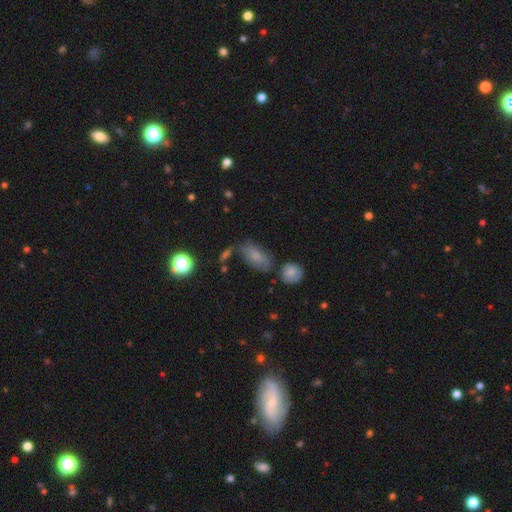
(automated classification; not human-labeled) Smooth or featured? Predicted: smooth (p=0.74). How rounded? Predicted: in between (p=0.85). Merging? Predicted: none (p=0.59).